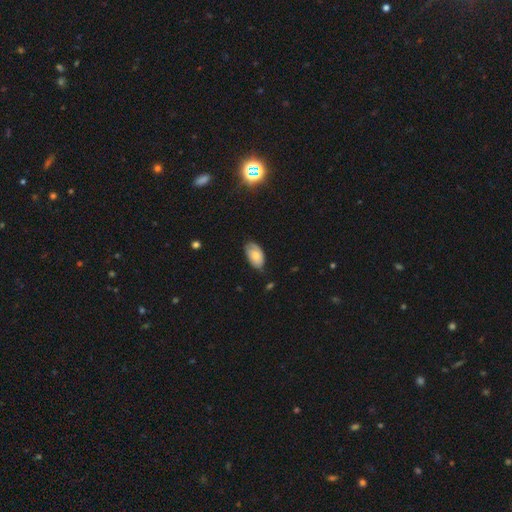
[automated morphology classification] Smooth or featured? smooth (64%)
How rounded? in between (94%)
Merging? none (67%)